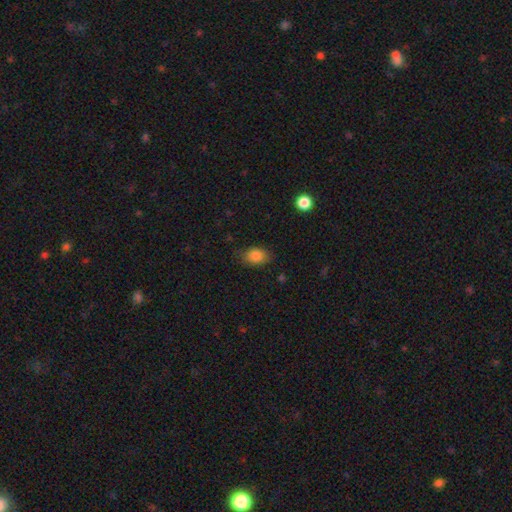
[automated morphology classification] Smooth or featured? Predicted: smooth (p=0.84). How rounded? Predicted: in between (p=0.78). Merging? Predicted: none (p=0.77).